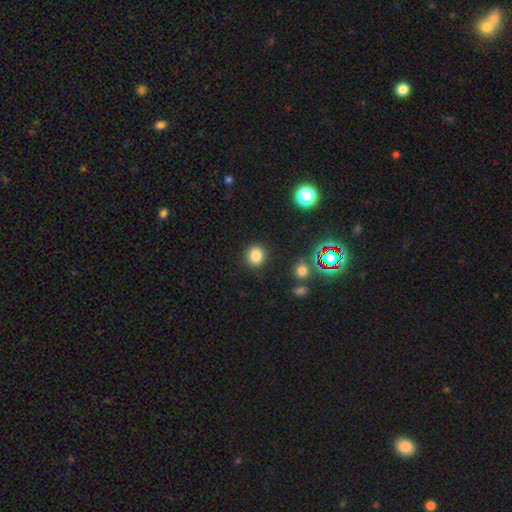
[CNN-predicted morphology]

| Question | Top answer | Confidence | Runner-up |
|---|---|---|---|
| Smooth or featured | smooth | 82% | star or artifact (13%) |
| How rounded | round | 69% | in between (30%) |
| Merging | none | 89% | minor disturbance (7%) |